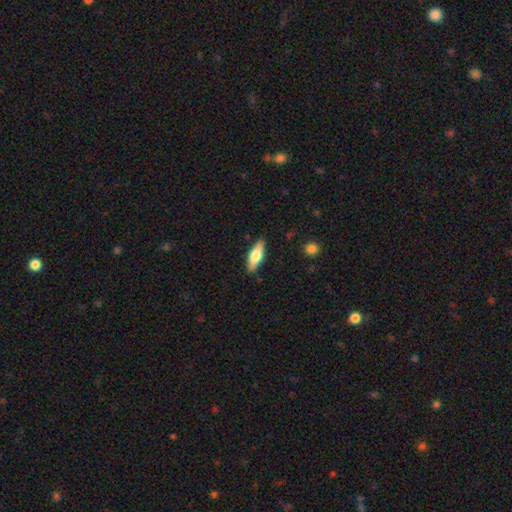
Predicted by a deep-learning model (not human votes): smooth_or_featured: smooth (p=0.59) [alt: featured or disk p=0.35]
how_rounded: in between (p=0.60) [alt: cigar-shaped p=0.37]
merging: none (p=0.87) [alt: minor disturbance p=0.10]